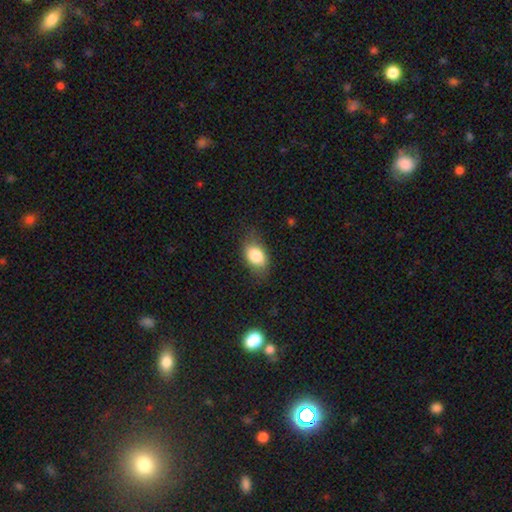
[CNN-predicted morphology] This is clearly a smooth galaxy (82%). How rounded: clearly in between (85%). Merging: likely none (73%).